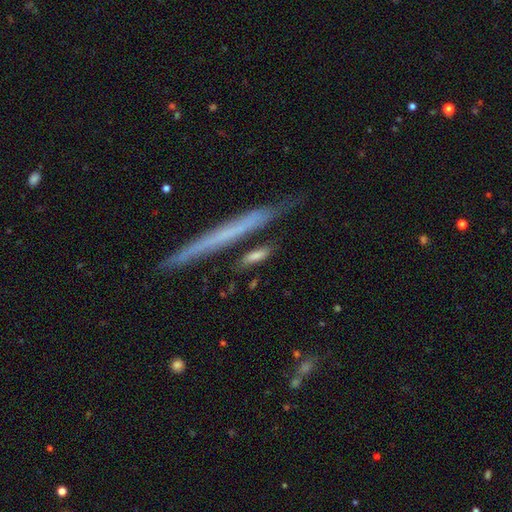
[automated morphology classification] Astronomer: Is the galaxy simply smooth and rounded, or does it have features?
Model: smooth — 71%.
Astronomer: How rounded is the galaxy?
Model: cigar-shaped — 60% (runner-up: in between, 36%).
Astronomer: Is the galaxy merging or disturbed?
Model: none — 74%.